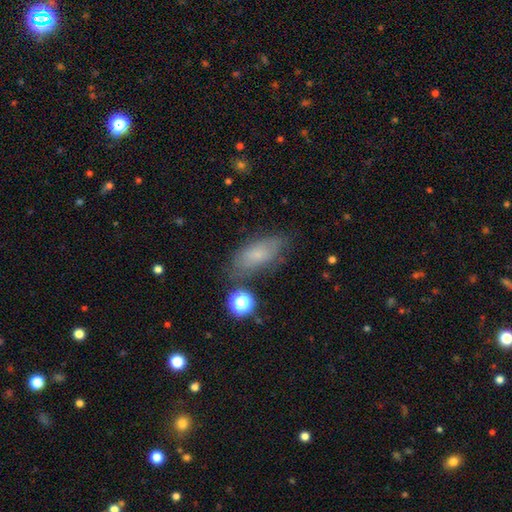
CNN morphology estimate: Overall: smooth (64%; featured or disk 25%). How rounded: in between (84%). Merging: none (66%).